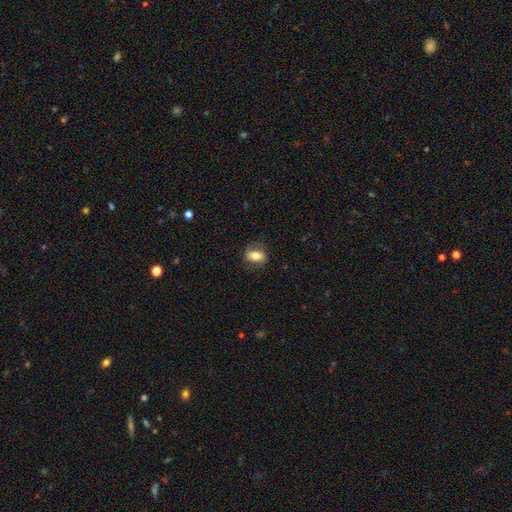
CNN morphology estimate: Smooth or featured?
  - smooth: 72% *
  - featured or disk: 20%
  - star or artifact: 8%
How rounded?
  - in between: 82% *
  - round: 13%
  - cigar-shaped: 5%
Merging?
  - none: 74% *
  - minor disturbance: 18%
  - major disturbance: 7%
  - merger: 1%